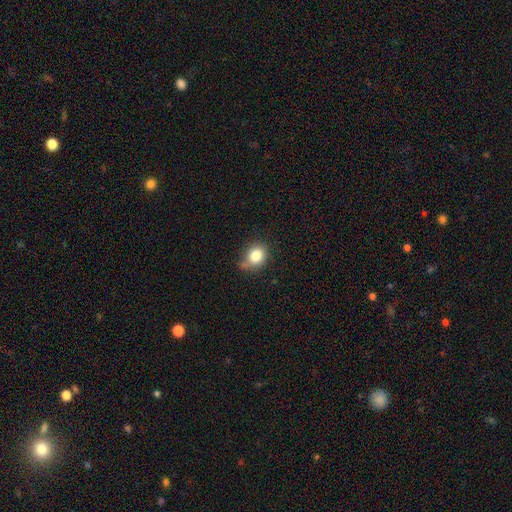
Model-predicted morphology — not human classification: type=smooth (83%); roundness=round (52%); merging=none (58%).